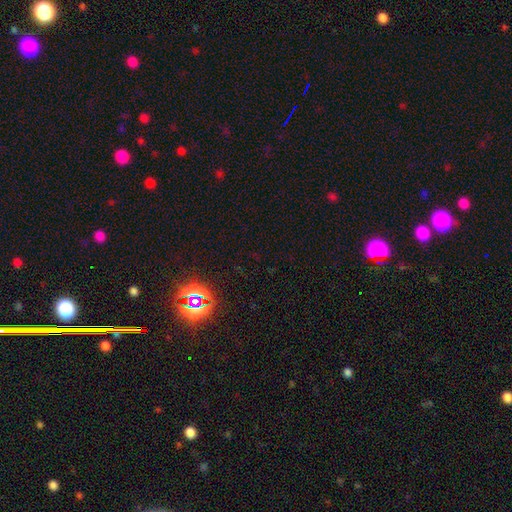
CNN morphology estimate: Smooth or featured? star or artifact (74%)